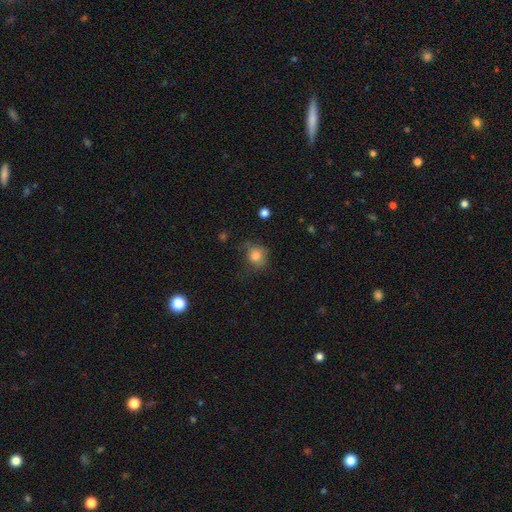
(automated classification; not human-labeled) smooth 79%, star or artifact 11%, featured or disk 10%. Down the decision tree: how rounded — round (74%); merging — none (54%).